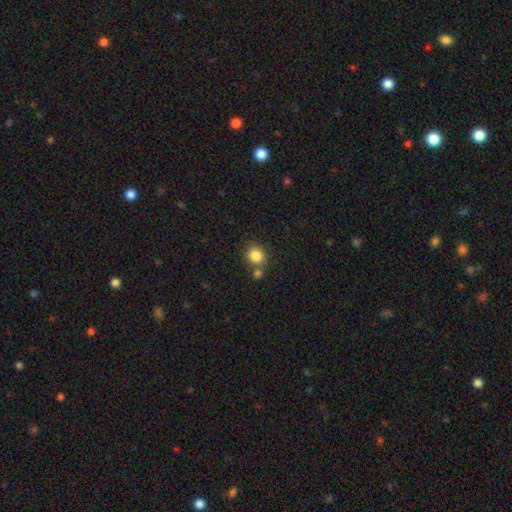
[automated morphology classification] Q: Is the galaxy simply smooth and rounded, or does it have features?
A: smooth — 84%.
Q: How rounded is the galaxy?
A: round — 82%.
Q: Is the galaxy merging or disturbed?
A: none — 66%.